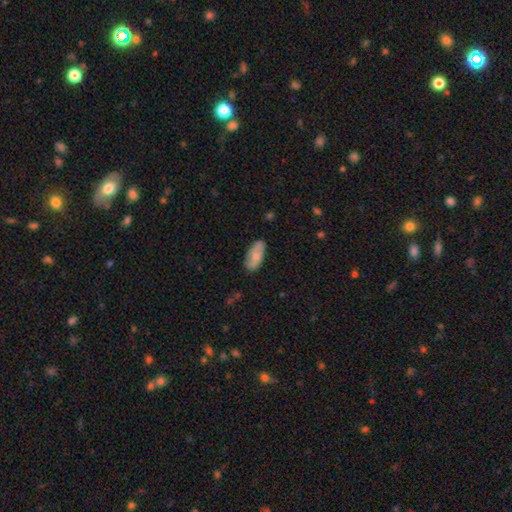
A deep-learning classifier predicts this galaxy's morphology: A smooth galaxy with no disk features (68%) that is in between round and cigar-shaped (90%).

Vote fractions:
- Smooth or featured? smooth: 68% / featured or disk: 26% / star or artifact: 6%
- How rounded? in between: 90% / cigar-shaped: 8% / round: 3%
- Merging? none: 77% / minor disturbance: 18% / major disturbance: 4% / merger: 2%